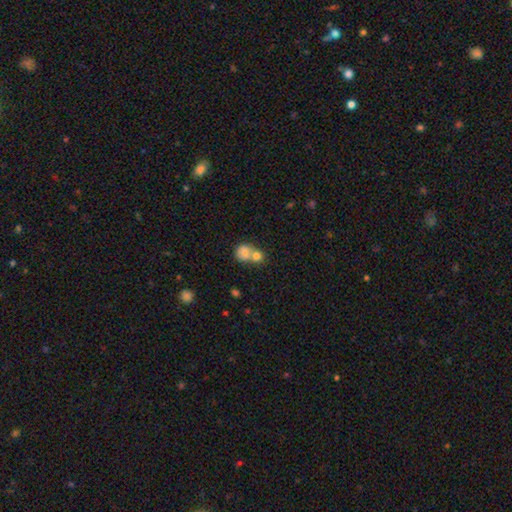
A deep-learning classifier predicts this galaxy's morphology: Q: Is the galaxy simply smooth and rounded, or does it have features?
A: smooth — 76%.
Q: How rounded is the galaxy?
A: round — 74%.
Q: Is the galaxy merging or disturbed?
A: merger — 61%.